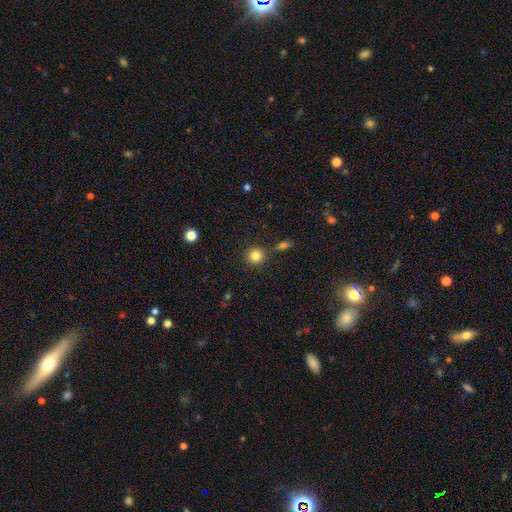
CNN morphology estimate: A smooth galaxy with no disk features (83%) that is round (92%).

Vote fractions:
- Smooth or featured? smooth: 83% / star or artifact: 11% / featured or disk: 6%
- How rounded? round: 92% / in between: 7% / cigar-shaped: 1%
- Merging? none: 84% / minor disturbance: 8% / merger: 6% / major disturbance: 3%